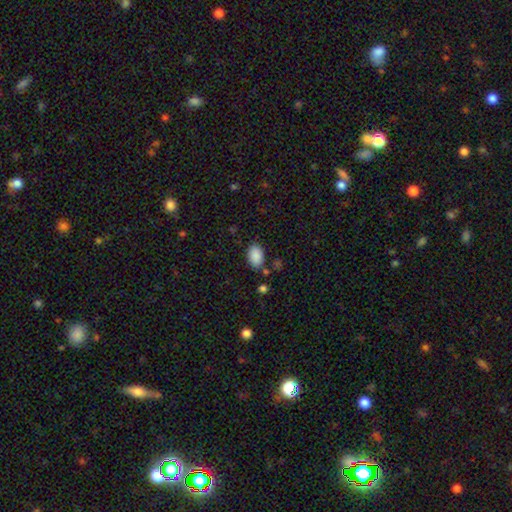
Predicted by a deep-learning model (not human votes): A smooth galaxy with no disk features (89%) that is in between round and cigar-shaped (90%). Merging: none (81%).